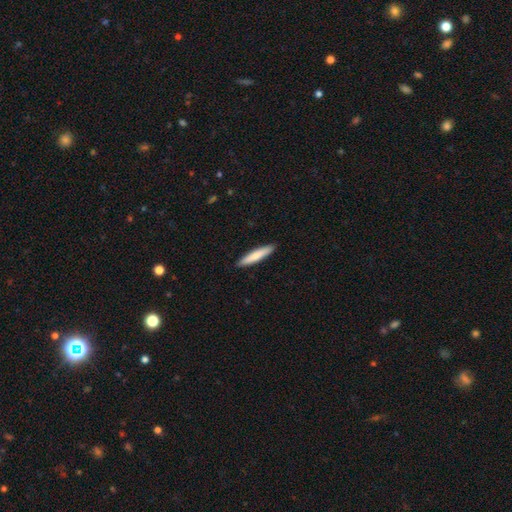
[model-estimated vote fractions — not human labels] Morphology: type=smooth (75%); roundness=cigar-shaped (90%); merging=none (91%).